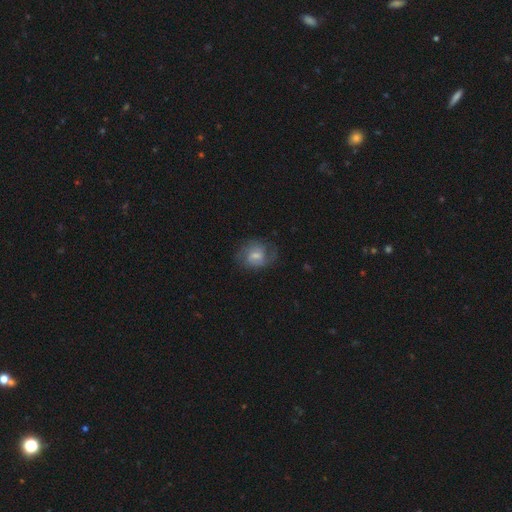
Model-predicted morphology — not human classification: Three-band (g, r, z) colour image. It shows a featured or disk galaxy (55%) with a weak bar (57%), spiral arms (84%) and a moderate central bulge (41%). Merging: none (65%).